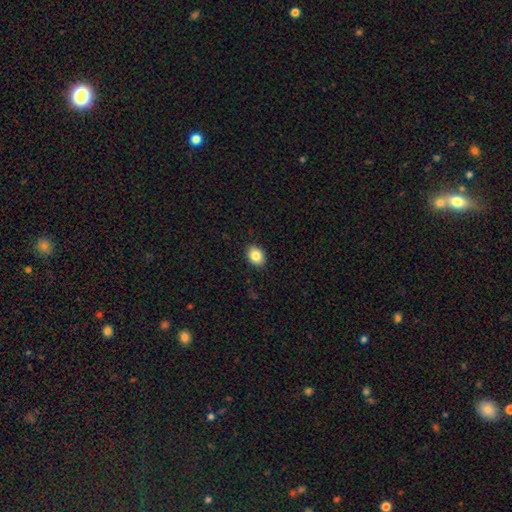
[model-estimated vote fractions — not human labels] Smooth or featured: smooth — 86% (star or artifact — 8%)
How rounded: in between — 70% (round — 29%)
Merging: none — 90% (minor disturbance — 7%)